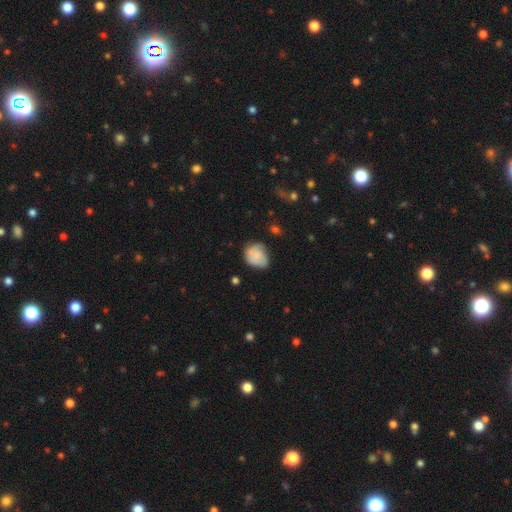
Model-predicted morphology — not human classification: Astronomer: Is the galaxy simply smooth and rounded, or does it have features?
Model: smooth — 73%.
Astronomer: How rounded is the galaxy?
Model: round — 51% (runner-up: in between, 48%).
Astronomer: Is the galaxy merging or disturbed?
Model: none — 48% (runner-up: minor disturbance, 37%).